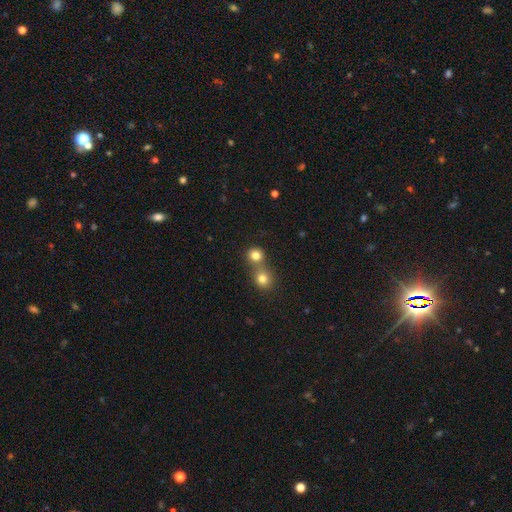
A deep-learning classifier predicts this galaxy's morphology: type=smooth (80%); roundness=round (87%); merging=none (49%).